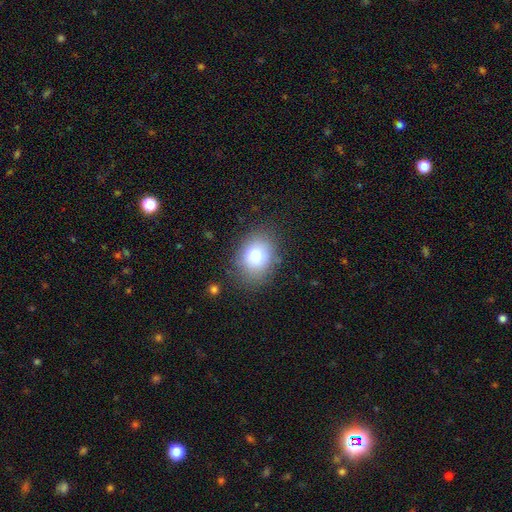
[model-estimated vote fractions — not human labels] Overall: smooth (78%). How rounded: in between (59%; round 40%). Merging: none (80%).